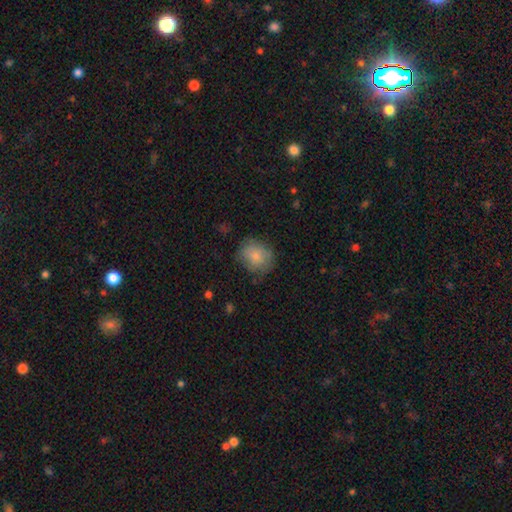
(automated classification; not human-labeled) Smooth or featured?
  - smooth: 79% *
  - featured or disk: 13%
  - star or artifact: 8%
How rounded?
  - round: 68% *
  - in between: 31%
  - cigar-shaped: 1%
Merging?
  - none: 70% *
  - minor disturbance: 22%
  - major disturbance: 7%
  - merger: 1%